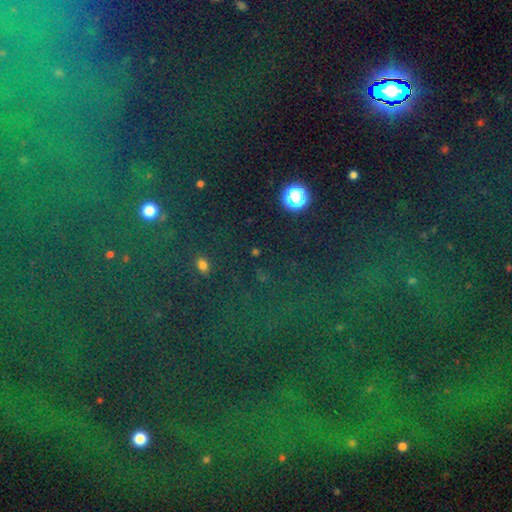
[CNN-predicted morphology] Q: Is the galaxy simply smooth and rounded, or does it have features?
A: star or artifact — 75%.